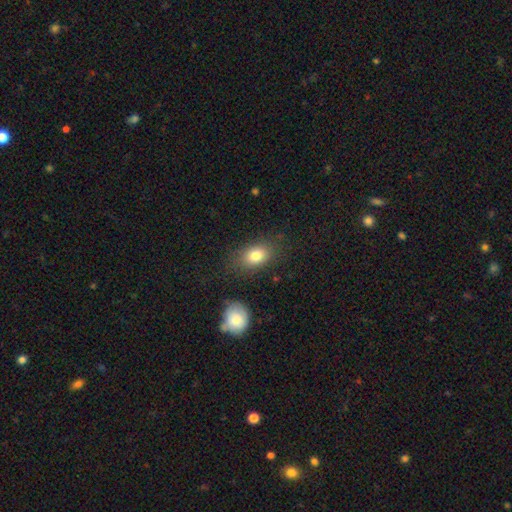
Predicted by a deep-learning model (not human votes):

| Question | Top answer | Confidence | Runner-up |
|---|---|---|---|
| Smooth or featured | smooth | 80% | featured or disk (11%) |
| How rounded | in between | 79% | round (19%) |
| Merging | none | 77% | minor disturbance (14%) |